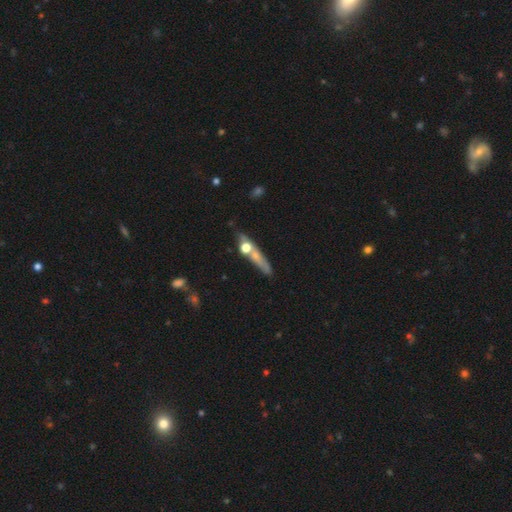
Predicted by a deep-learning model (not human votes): Q: Smooth or featured?
A: featured or disk (47%); runner-up: smooth (43%)
Q: Merging?
A: none (55%); runner-up: merger (21%)